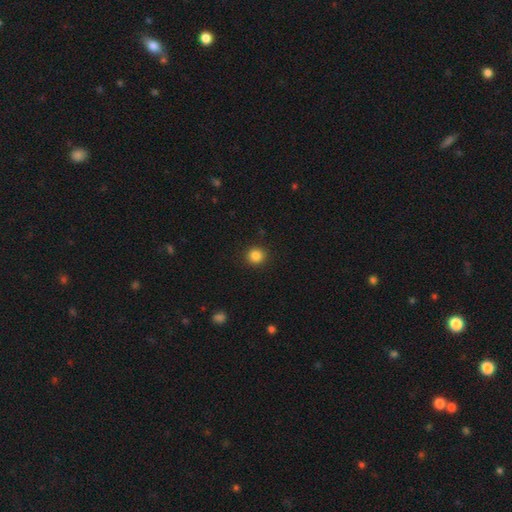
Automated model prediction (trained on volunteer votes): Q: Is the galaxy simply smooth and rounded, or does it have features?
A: smooth — 85%.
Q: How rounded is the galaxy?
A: round — 92%.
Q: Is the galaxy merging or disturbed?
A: none — 92%.